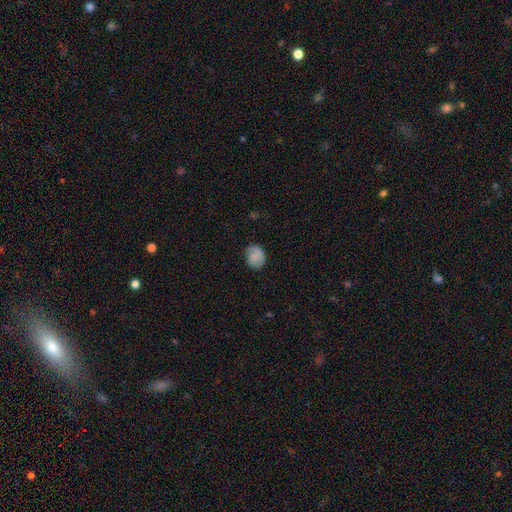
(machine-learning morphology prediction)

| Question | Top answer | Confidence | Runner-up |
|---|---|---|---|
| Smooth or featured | smooth | 65% | featured or disk (26%) |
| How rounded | round | 67% | in between (32%) |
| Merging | none | 64% | minor disturbance (25%) |